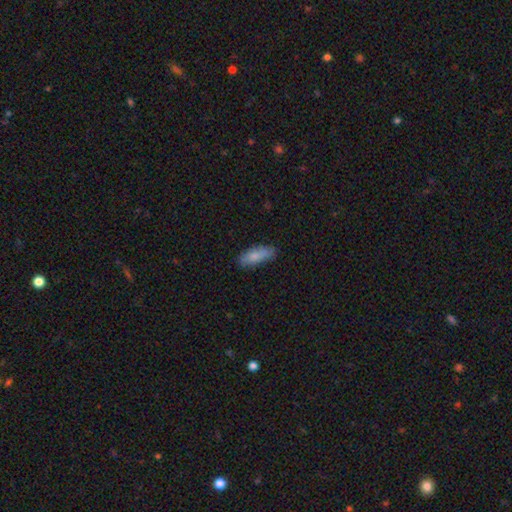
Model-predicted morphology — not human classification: Smooth or featured?
  - smooth: 80% *
  - featured or disk: 13%
  - star or artifact: 7%
How rounded?
  - in between: 69% *
  - cigar-shaped: 29%
  - round: 2%
Merging?
  - none: 73% *
  - minor disturbance: 21%
  - major disturbance: 4%
  - merger: 2%